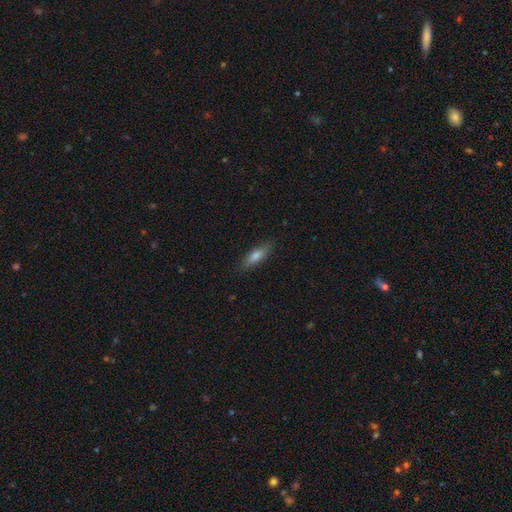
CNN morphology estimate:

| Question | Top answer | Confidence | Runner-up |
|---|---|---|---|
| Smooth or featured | smooth | 69% | featured or disk (24%) |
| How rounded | cigar-shaped | 57% | in between (41%) |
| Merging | none | 87% | minor disturbance (10%) |